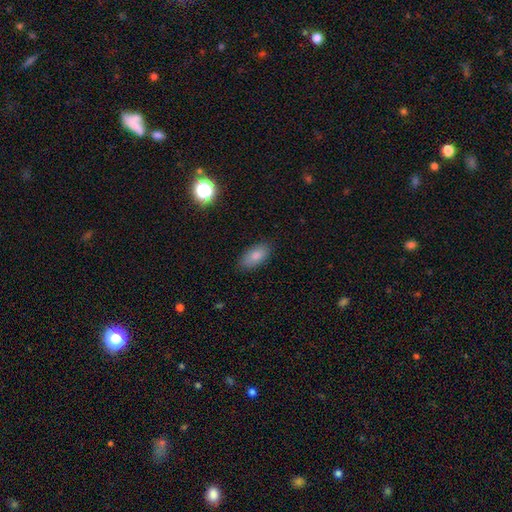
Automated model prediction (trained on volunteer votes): A smooth galaxy with no disk features (84%) that is in between round and cigar-shaped (91%).

Vote fractions:
- Smooth or featured? smooth: 84% / featured or disk: 8% / star or artifact: 8%
- How rounded? in between: 91% / cigar-shaped: 6% / round: 3%
- Merging? none: 85% / minor disturbance: 11% / major disturbance: 3% / merger: 1%